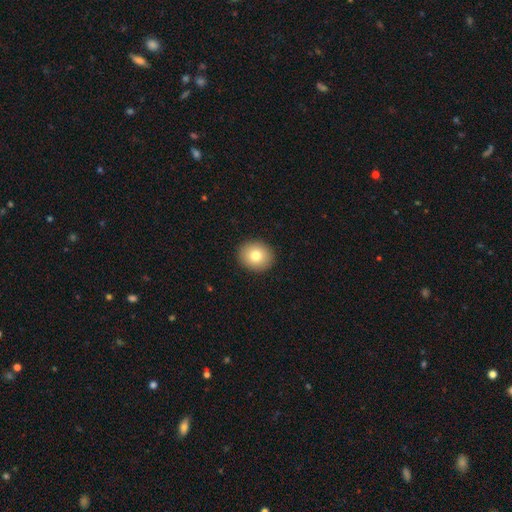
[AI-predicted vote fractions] Overall: smooth (79%). How rounded: round (77%). Merging: none (92%).